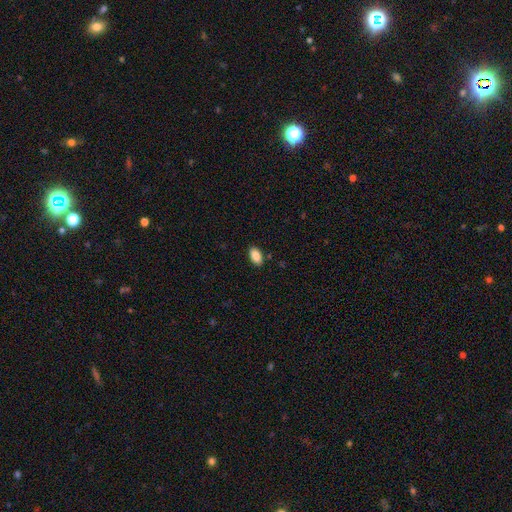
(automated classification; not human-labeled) Overall: smooth (89%). How rounded: in between (94%). Merging: none (88%).